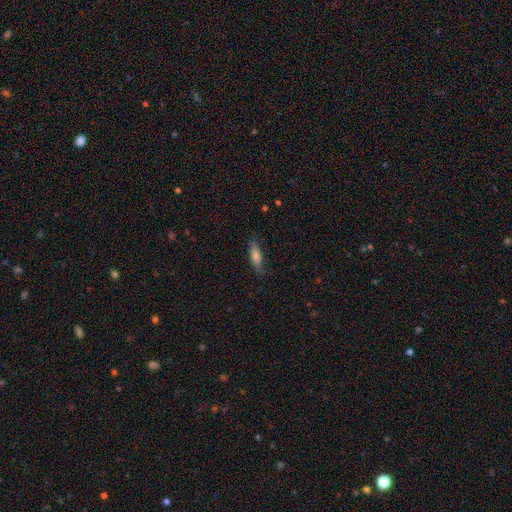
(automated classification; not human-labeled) Smooth or featured?
  - smooth: 61% *
  - featured or disk: 31%
  - star or artifact: 8%
How rounded?
  - cigar-shaped: 65% *
  - in between: 32%
  - round: 2%
Merging?
  - none: 76% *
  - minor disturbance: 19%
  - major disturbance: 4%
  - merger: 1%